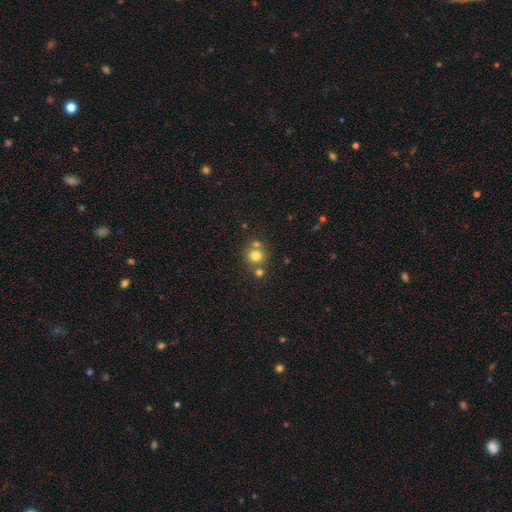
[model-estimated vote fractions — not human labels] This is likely a smooth galaxy (75%). How rounded: clearly round (89%). Merging: likely none (60%).